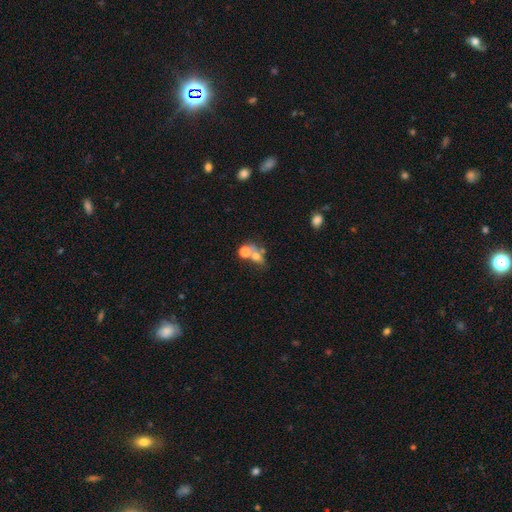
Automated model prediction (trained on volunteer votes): The model was most divided on "how rounded": round: 56%, in between: 42%, cigar-shaped: 2%. More confident: smooth or featured — smooth (59%); merging — merger (51%).